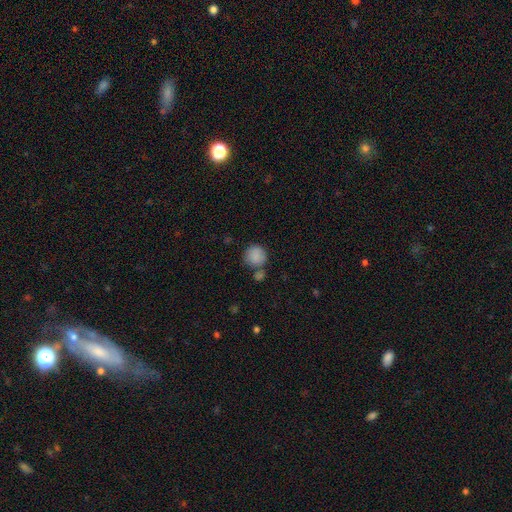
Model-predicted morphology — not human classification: The model was most divided on "merging": none: 60%, merger: 20%, minor disturbance: 14%, major disturbance: 5%. More confident: how rounded — round (88%); smooth or featured — smooth (87%).